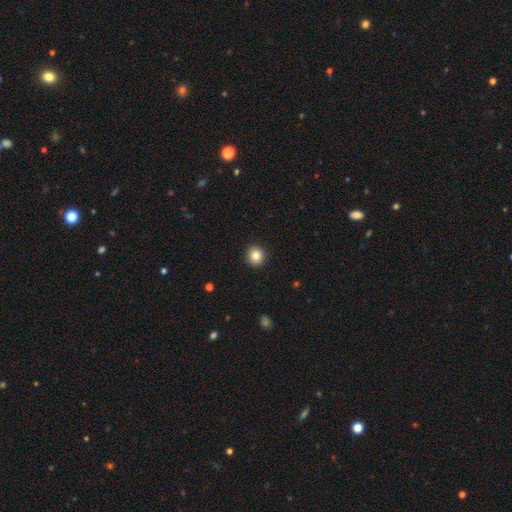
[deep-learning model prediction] Smooth or featured: smooth — 84% (star or artifact — 10%)
How rounded: round — 90% (in between — 9%)
Merging: none — 93% (minor disturbance — 5%)